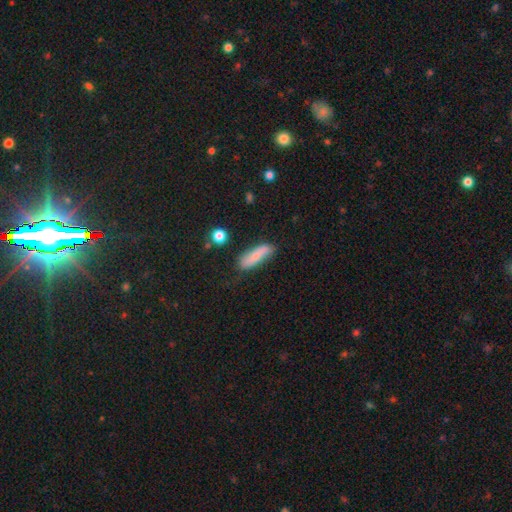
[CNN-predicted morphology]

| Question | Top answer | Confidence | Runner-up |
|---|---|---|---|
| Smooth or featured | smooth | 72% | featured or disk (21%) |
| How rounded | cigar-shaped | 59% | in between (39%) |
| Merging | none | 70% | minor disturbance (21%) |